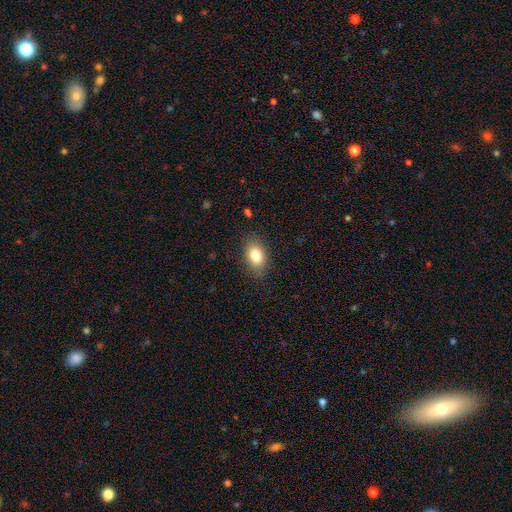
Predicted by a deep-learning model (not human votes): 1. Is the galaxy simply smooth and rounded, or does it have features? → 81% smooth, 10% featured or disk, 9% star or artifact.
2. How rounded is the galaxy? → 82% in between, 16% round, 1% cigar-shaped.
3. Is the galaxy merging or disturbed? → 83% none, 13% minor disturbance, 3% major disturbance, 1% merger.